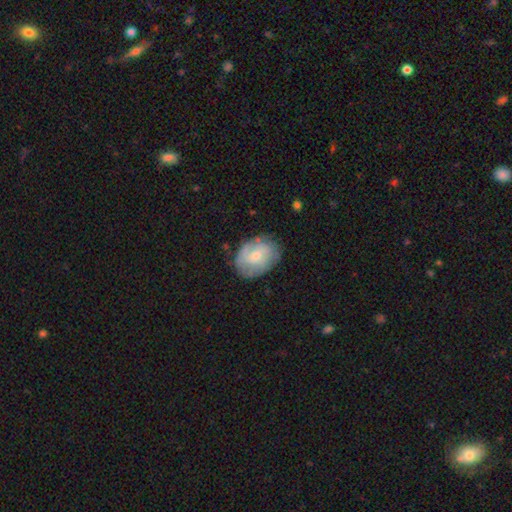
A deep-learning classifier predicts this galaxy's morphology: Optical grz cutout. It shows a featured or disk galaxy (51%). Merging: none (71%).